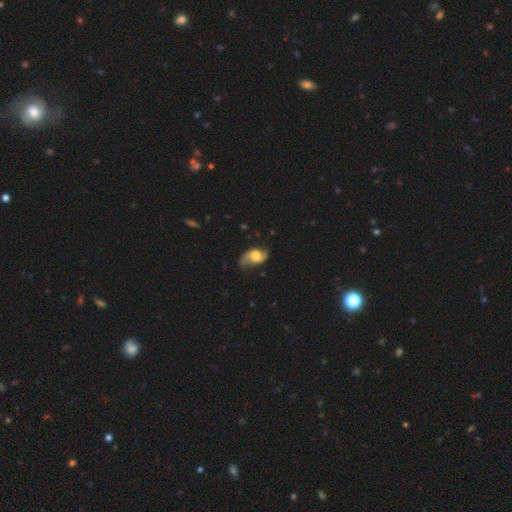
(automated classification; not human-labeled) smooth_or_featured: featured or disk (p=0.68) [alt: smooth p=0.26]
disk_edge_on: no (p=0.95) [alt: yes p=0.05]
bar: no (p=0.65) [alt: weak p=0.29]
has_spiral_arms: yes (p=0.91) [alt: no p=0.09]
spiral_winding: loose (p=0.57) [alt: medium p=0.32]
spiral_arm_count: 2 (p=0.89) [alt: can't tell p=0.04]
bulge_size: moderate (p=0.48) [alt: large p=0.33]
merging: none (p=0.68) [alt: minor disturbance p=0.22]